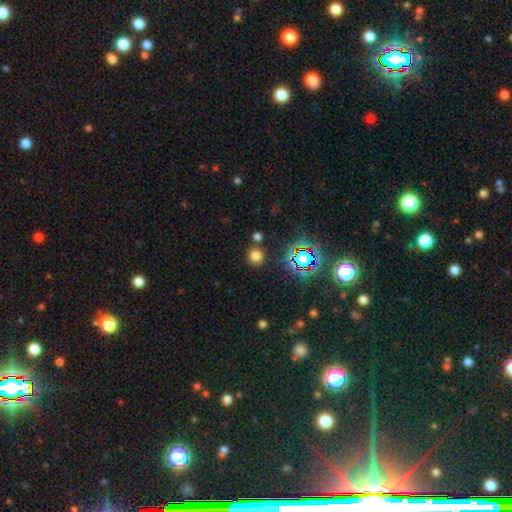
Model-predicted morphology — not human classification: Smooth or featured? Predicted: smooth (p=0.72). How rounded? Predicted: round (p=0.92). Merging? Predicted: none (p=0.81).